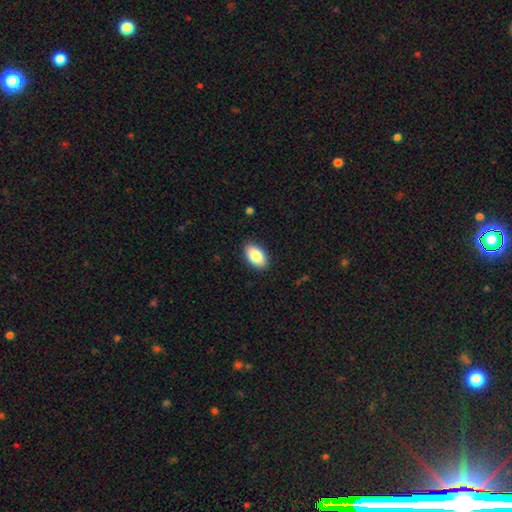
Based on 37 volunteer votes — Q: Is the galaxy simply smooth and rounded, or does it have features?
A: smooth — 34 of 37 (92%).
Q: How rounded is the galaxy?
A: in between — 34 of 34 (100%).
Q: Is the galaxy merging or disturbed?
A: none — 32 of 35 (91%).